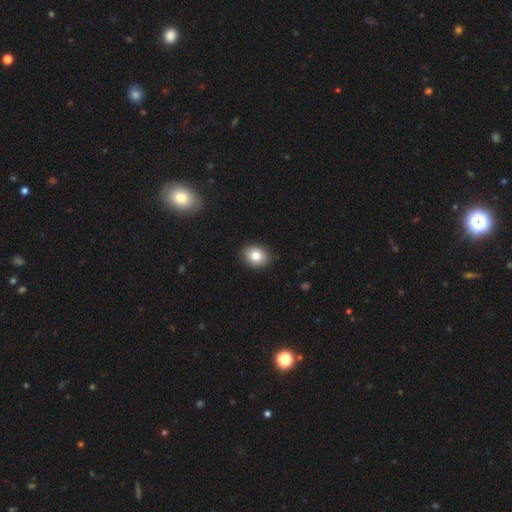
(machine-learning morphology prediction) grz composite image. It shows a smooth galaxy with no disk features (83%) that is round (58%). Merging: none (90%).